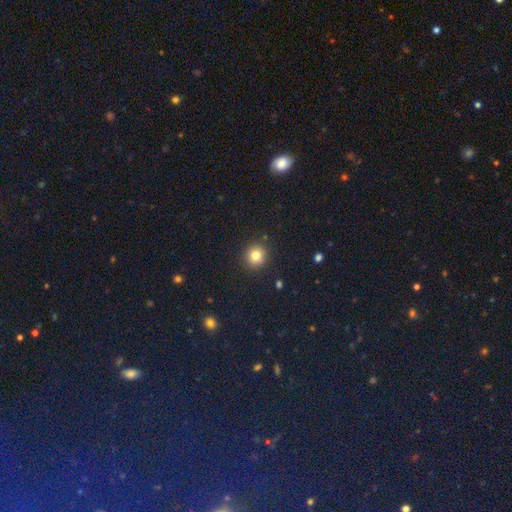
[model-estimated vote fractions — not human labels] smooth_or_featured: smooth (p=0.80) [alt: star or artifact p=0.13]
how_rounded: round (p=0.90) [alt: in between p=0.09]
merging: none (p=0.90) [alt: minor disturbance p=0.06]